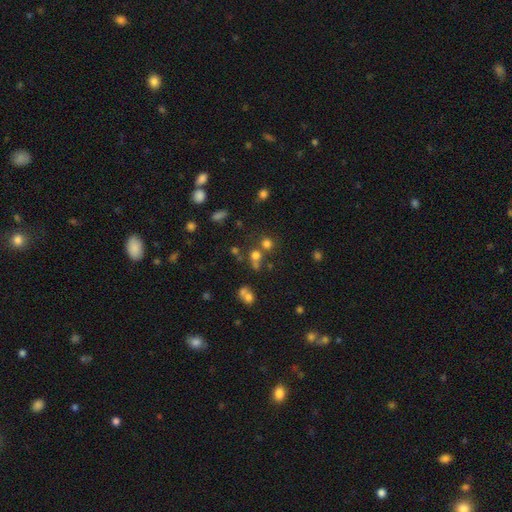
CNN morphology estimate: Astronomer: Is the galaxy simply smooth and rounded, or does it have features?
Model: smooth — 65%.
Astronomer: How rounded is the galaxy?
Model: round — 86%.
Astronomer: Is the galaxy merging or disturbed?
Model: none — 56%.